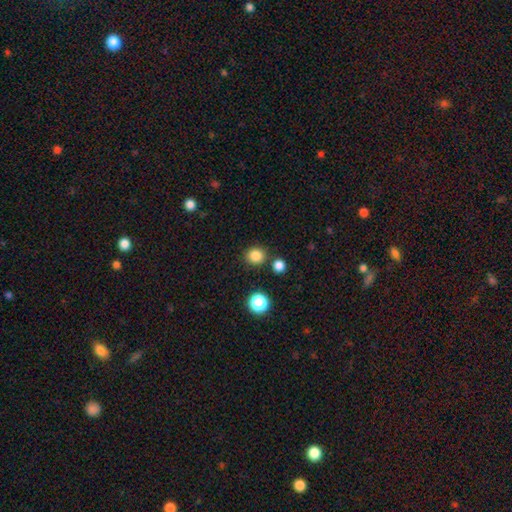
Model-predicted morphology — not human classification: Smooth or featured? smooth (83%)
How rounded? round (86%)
Merging? none (82%)